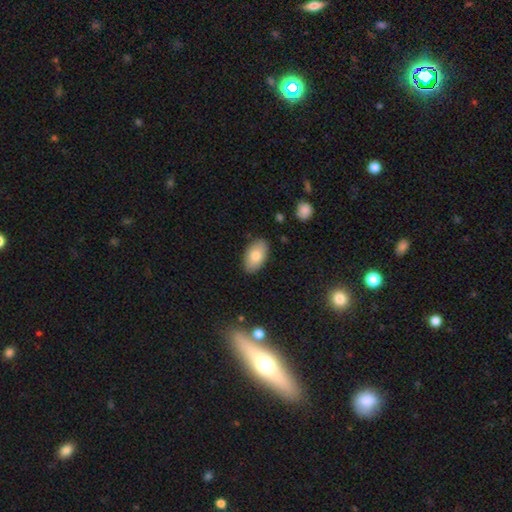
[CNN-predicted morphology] Q: Smooth or featured?
A: smooth (80%); runner-up: featured or disk (13%)
Q: How rounded?
A: in between (94%); runner-up: round (4%)
Q: Merging?
A: none (85%); runner-up: minor disturbance (11%)